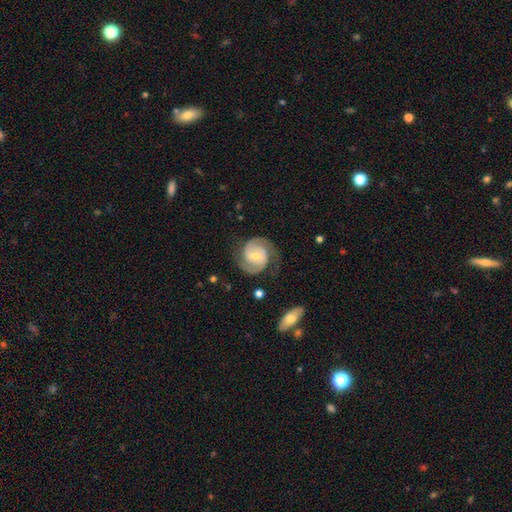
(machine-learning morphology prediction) Smooth or featured? featured or disk (87%)
Edge-on disk? no (98%)
Bar? weak (44%)
Spiral arms? yes (97%)
Spiral winding? medium (45%)
Spiral arm count? 2 (89%)
Bulge size? small (51%)
Merging? none (73%)